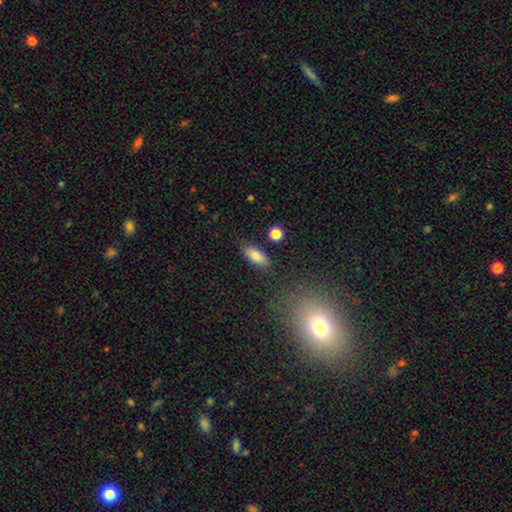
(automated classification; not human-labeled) Morphology: type=smooth (84%); roundness=in between (81%); merging=none (83%).